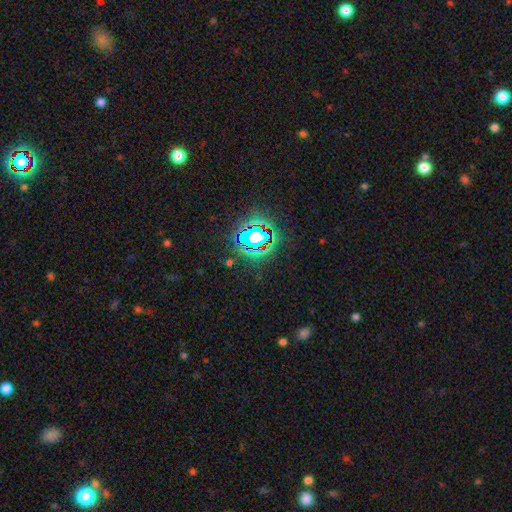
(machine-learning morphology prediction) Q: Smooth or featured?
A: star or artifact (81%); runner-up: smooth (11%)